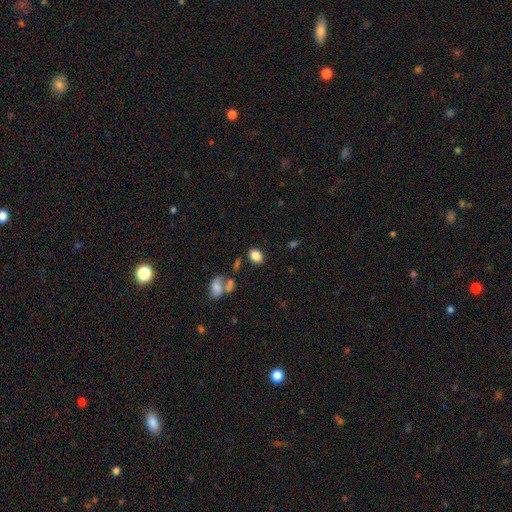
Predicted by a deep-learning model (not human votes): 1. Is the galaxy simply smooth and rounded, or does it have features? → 85% smooth, 9% star or artifact, 6% featured or disk.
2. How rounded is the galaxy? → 74% in between, 25% round, 1% cigar-shaped.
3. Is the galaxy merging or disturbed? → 79% none, 11% minor disturbance, 6% merger, 4% major disturbance.